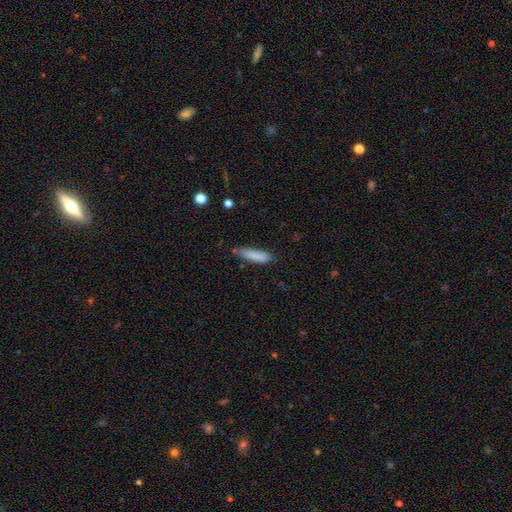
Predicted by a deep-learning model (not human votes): Q: Smooth or featured?
A: smooth (84%); runner-up: featured or disk (9%)
Q: How rounded?
A: cigar-shaped (74%); runner-up: in between (24%)
Q: Merging?
A: none (68%); runner-up: minor disturbance (25%)